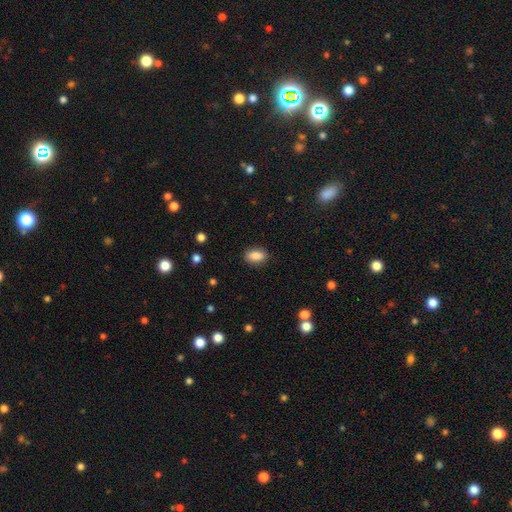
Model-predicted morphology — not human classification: Q: Smooth or featured?
A: smooth (87%); runner-up: star or artifact (8%)
Q: How rounded?
A: in between (87%); runner-up: round (10%)
Q: Merging?
A: none (87%); runner-up: minor disturbance (9%)